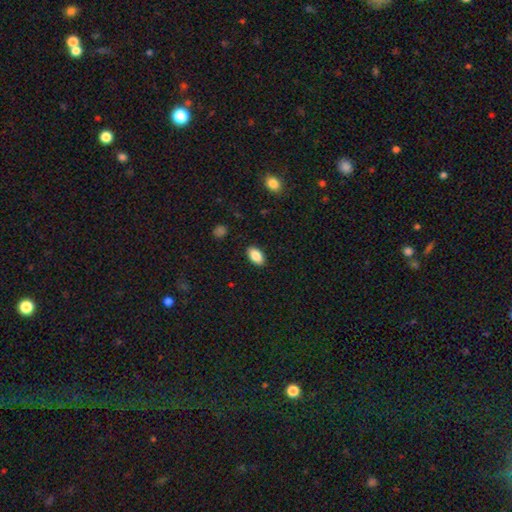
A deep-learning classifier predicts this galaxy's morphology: Overall: smooth (87%). How rounded: in between (92%). Merging: none (88%).